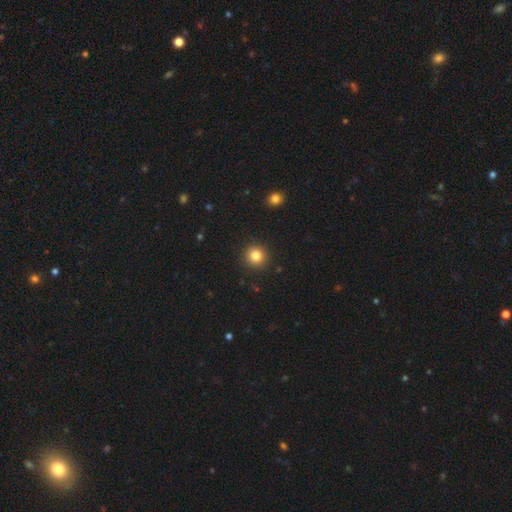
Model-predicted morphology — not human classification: Q: Smooth or featured?
A: smooth (83%); runner-up: star or artifact (12%)
Q: How rounded?
A: round (94%); runner-up: in between (5%)
Q: Merging?
A: none (92%); runner-up: minor disturbance (5%)